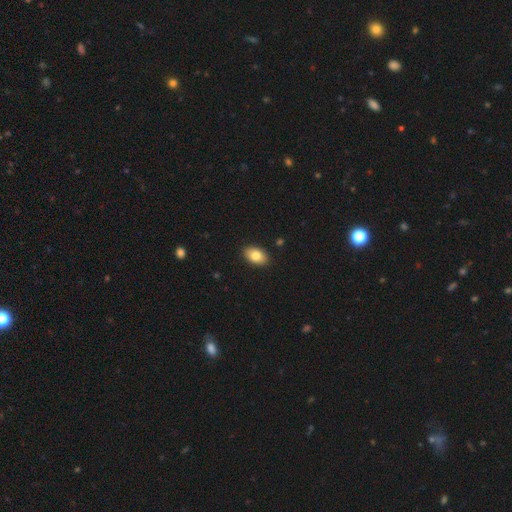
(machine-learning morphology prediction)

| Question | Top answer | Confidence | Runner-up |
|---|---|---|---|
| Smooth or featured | smooth | 83% | featured or disk (10%) |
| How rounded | in between | 90% | round (9%) |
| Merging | none | 90% | minor disturbance (7%) |